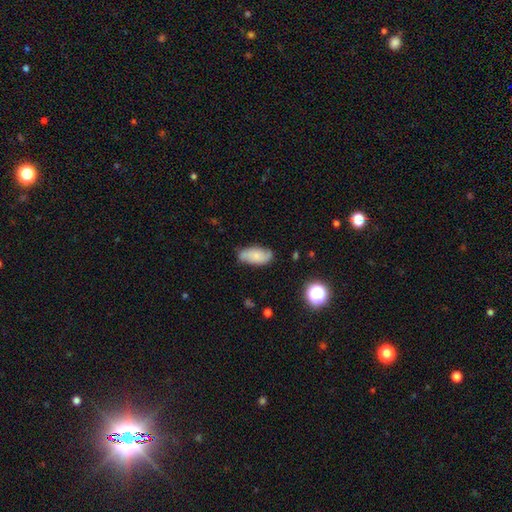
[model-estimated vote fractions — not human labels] Morphology: type=smooth (61%); roundness=in between (90%); merging=none (70%).